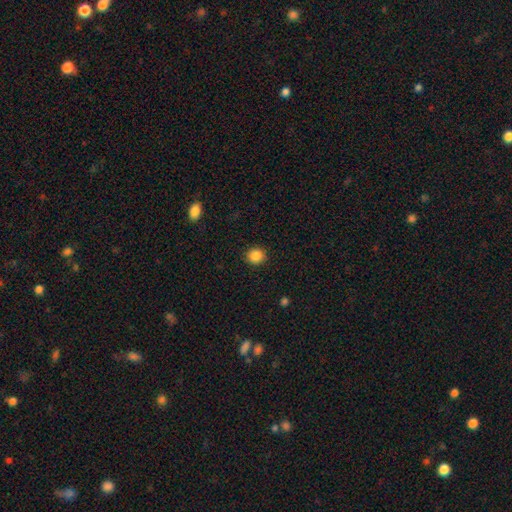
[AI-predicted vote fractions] Morphology: type=smooth (87%); roundness=round (88%); merging=none (91%).